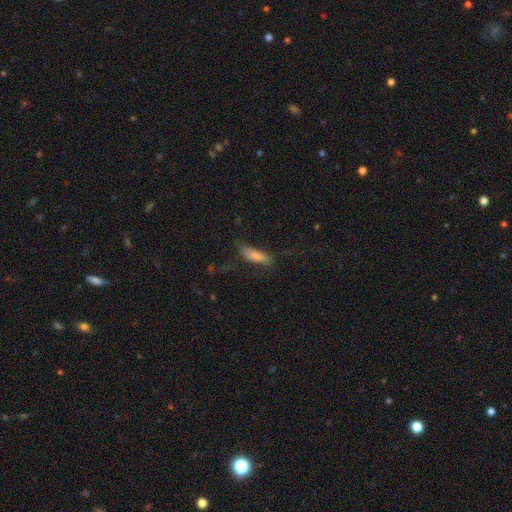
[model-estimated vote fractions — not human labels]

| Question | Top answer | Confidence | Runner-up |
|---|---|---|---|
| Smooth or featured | smooth | 72% | featured or disk (20%) |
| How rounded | cigar-shaped | 53% | in between (45%) |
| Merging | none | 63% | minor disturbance (22%) |